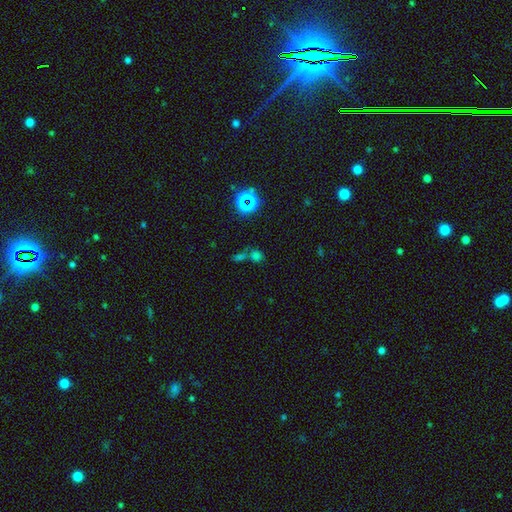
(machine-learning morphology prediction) smooth-or-featured: smooth: 59% | star or artifact: 33% | featured or disk: 8%
  how-rounded: round: 64% | in between: 33% | cigar-shaped: 3%
  merging: none: 44% | merger: 41% | minor disturbance: 9% | major disturbance: 6%